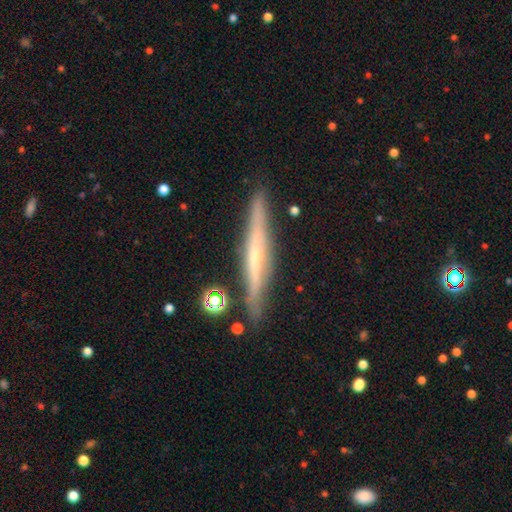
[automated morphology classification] type=featured or disk (70%); edge-on=yes (96%); edge-on bulge=rounded (52%); merging=none (87%).